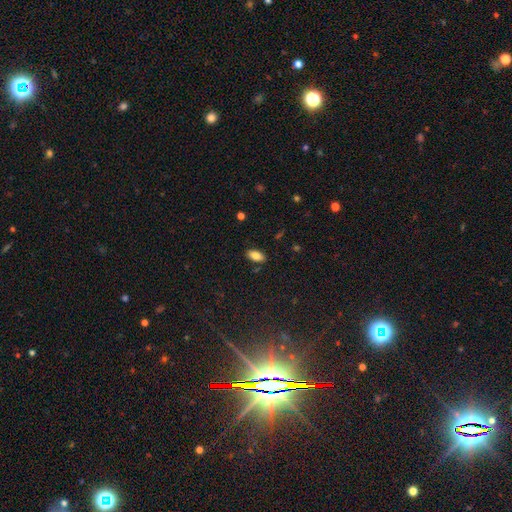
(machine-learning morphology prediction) type=smooth (83%); roundness=in between (92%); merging=none (87%).